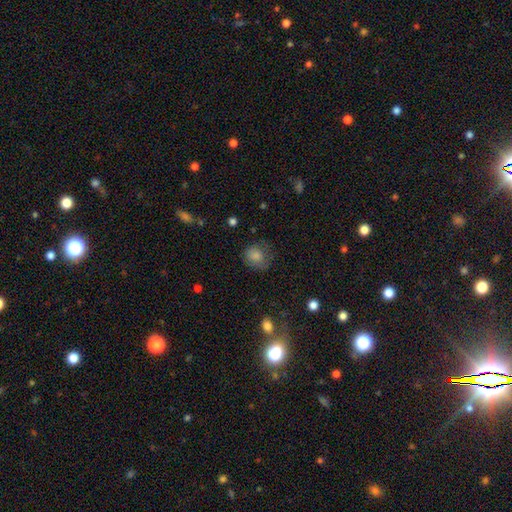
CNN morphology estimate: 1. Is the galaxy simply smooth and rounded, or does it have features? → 69% smooth, 16% star or artifact, 15% featured or disk.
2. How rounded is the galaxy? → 76% round, 23% in between, 1% cigar-shaped.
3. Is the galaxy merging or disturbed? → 67% none, 20% minor disturbance, 11% major disturbance, 2% merger.